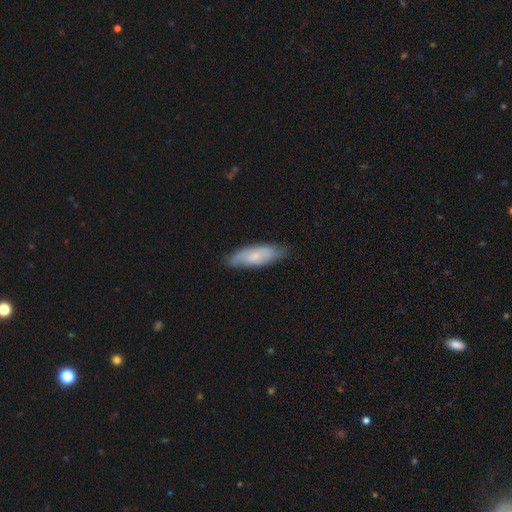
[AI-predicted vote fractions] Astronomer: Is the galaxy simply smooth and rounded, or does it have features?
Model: smooth — 55% (runner-up: featured or disk, 39%).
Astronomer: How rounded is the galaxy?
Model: in between — 58% (runner-up: cigar-shaped, 40%).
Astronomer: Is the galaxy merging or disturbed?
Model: none — 77%.